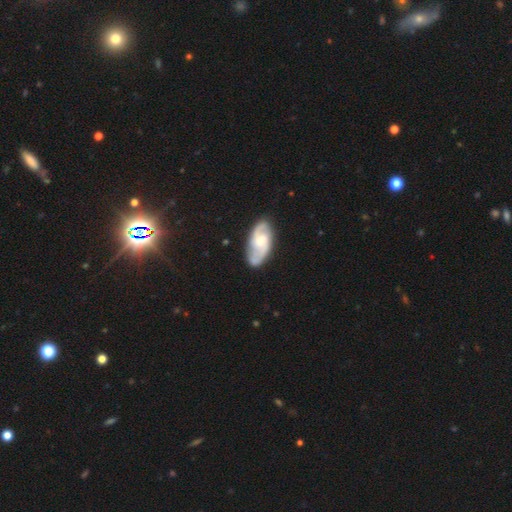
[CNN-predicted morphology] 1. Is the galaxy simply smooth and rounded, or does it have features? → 76% featured or disk, 19% smooth, 5% star or artifact.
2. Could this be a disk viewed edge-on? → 95% no, 5% yes.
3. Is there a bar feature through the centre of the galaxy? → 47% no, 45% weak, 8% strong.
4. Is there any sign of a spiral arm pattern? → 94% yes, 6% no.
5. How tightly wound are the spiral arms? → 50% medium, 25% tight, 25% loose.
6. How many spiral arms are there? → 84% 2, 8% can't tell, 3% 3, 2% 1, 1% 4, 1% more than 4.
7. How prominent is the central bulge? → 49% moderate, 33% small, 9% large, 8% none, 1% dominant.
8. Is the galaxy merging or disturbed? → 79% none, 15% minor disturbance, 4% major disturbance, 2% merger.